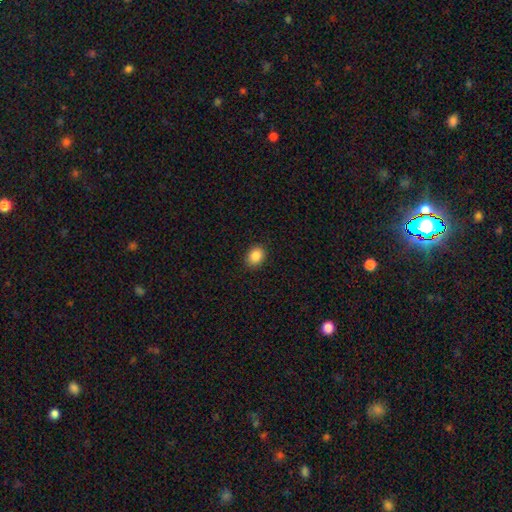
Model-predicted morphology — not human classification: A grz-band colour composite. It shows a smooth galaxy with no disk features (87%) that is in between round and cigar-shaped (58%). Merging: none (89%).